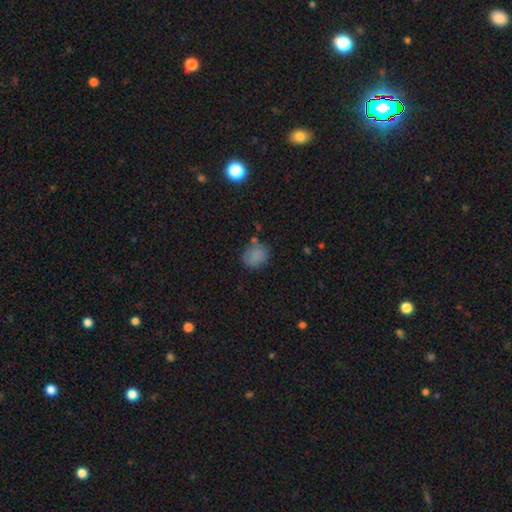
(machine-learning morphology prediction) The model was most divided on "how rounded": round: 71%, in between: 28%, cigar-shaped: 1%. More confident: smooth or featured — smooth (81%); merging — none (68%).